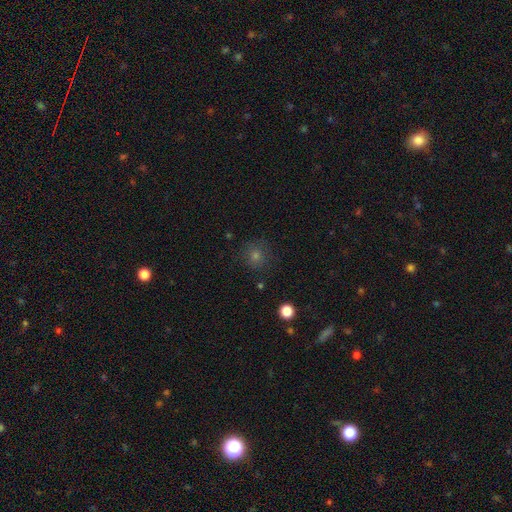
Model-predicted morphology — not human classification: Smooth or featured?
  - smooth: 60% *
  - star or artifact: 28%
  - featured or disk: 12%
How rounded?
  - round: 92% *
  - in between: 7%
  - cigar-shaped: 1%
Merging?
  - none: 84% *
  - minor disturbance: 10%
  - major disturbance: 4%
  - merger: 2%